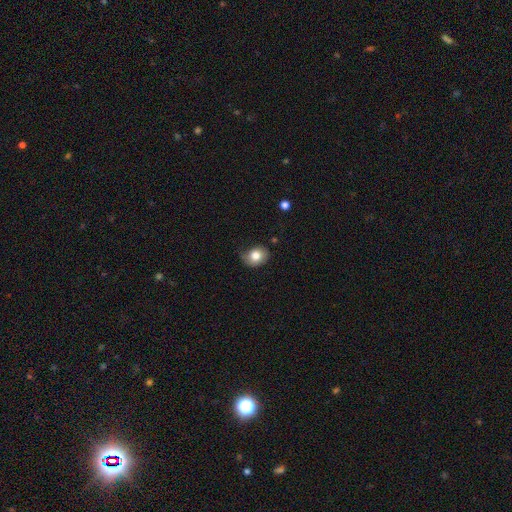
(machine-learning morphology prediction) Smooth or featured: smooth — 80% (featured or disk — 12%)
How rounded: in between — 50% (round — 49%)
Merging: none — 59% (minor disturbance — 30%)